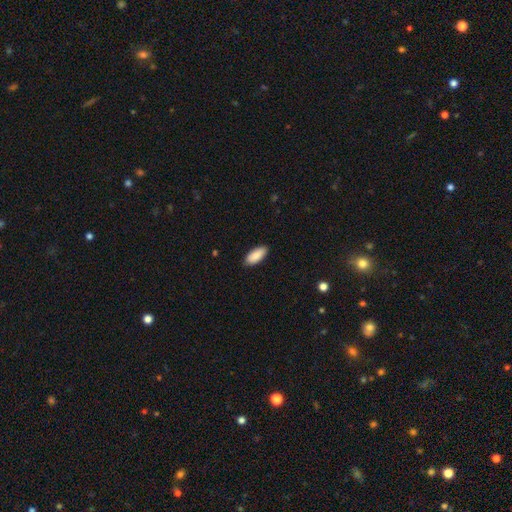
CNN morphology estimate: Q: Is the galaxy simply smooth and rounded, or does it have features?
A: smooth — 89%.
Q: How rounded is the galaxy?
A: in between — 86%.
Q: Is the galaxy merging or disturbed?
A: none — 88%.